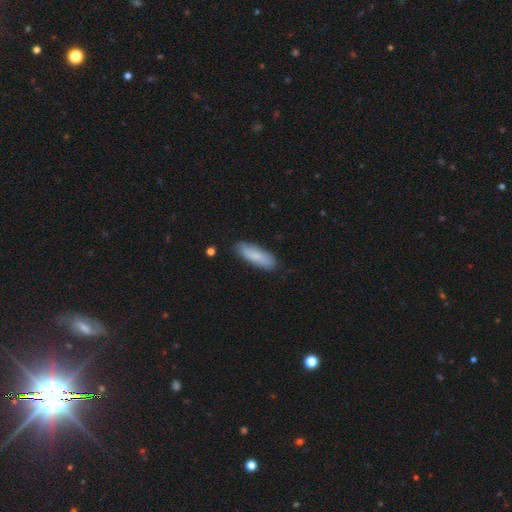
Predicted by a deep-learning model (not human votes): Smooth or featured? smooth (80%)
How rounded? in between (49%, tied with cigar-shaped)
Merging? none (83%)